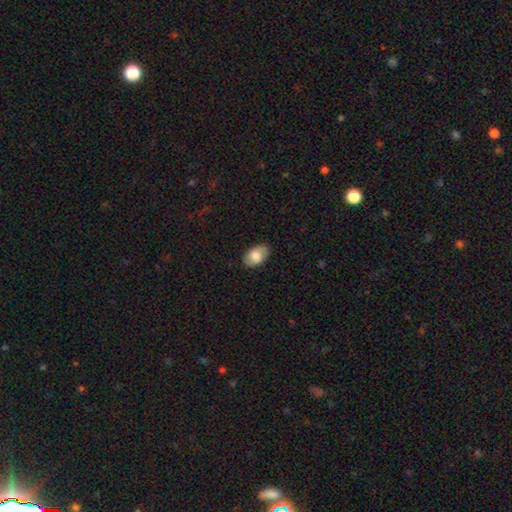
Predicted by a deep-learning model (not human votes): Overall: smooth (78%). How rounded: in between (91%). Merging: none (83%).